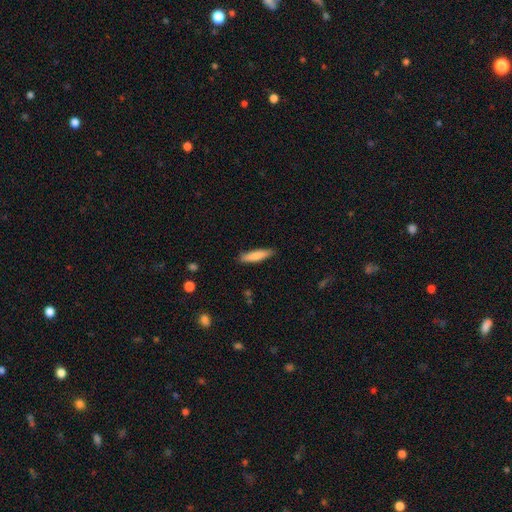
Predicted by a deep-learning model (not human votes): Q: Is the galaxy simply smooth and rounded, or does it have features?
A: smooth — 81%.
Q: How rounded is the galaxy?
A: cigar-shaped — 80%.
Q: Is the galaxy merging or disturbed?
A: none — 87%.